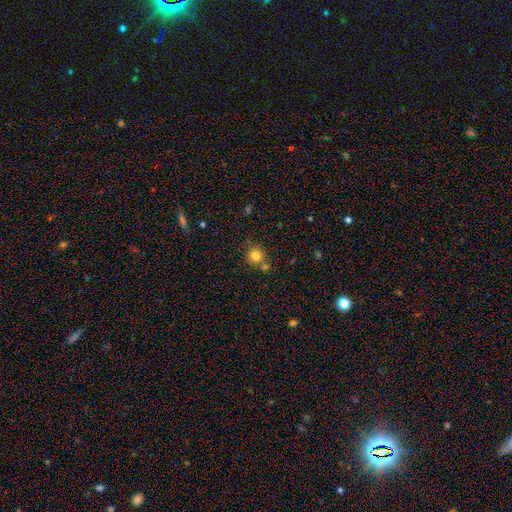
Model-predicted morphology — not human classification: smooth-or-featured: smooth: 80% | star or artifact: 13% | featured or disk: 7%
  how-rounded: round: 92% | in between: 7% | cigar-shaped: 1%
  merging: none: 72% | merger: 16% | minor disturbance: 9% | major disturbance: 3%